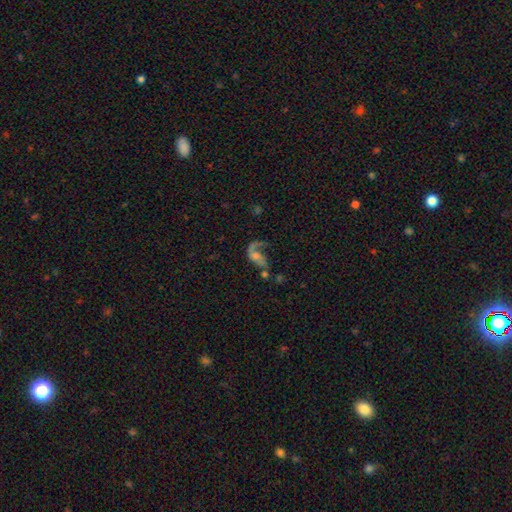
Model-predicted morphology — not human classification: The model was most divided on "bulge size": small: 42%, moderate: 37%, none: 13%, large: 6%, dominant: 2%. Remaining: edge-on disk — no (96%); spiral arms — yes (80%); spiral winding — loose (71%); smooth or featured — featured or disk (69%); bar — no (65%); spiral arm count — 1 (56%); merging — major disturbance (39%).